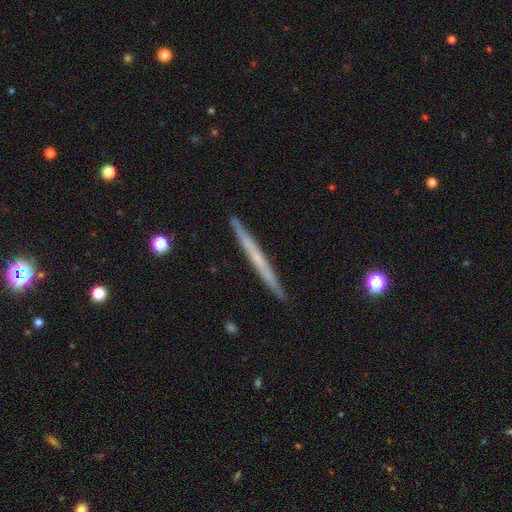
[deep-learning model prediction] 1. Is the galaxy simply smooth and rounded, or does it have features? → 51% featured or disk, 44% smooth, 6% star or artifact.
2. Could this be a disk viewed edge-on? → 97% yes, 3% no.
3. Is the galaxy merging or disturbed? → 91% none, 7% minor disturbance, 1% major disturbance, 1% merger.